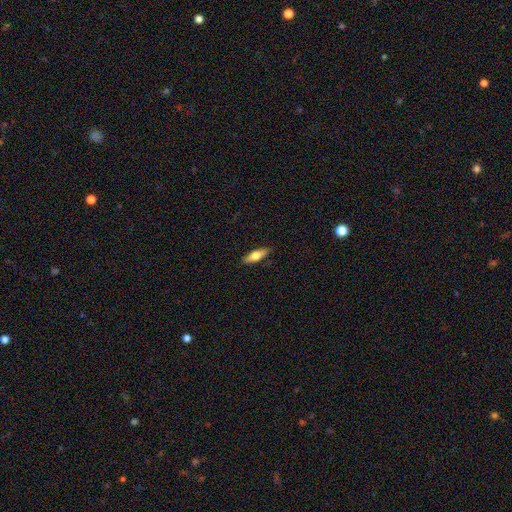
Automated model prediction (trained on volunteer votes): Smooth or featured?
  - smooth: 64% *
  - featured or disk: 30%
  - star or artifact: 6%
How rounded?
  - cigar-shaped: 50% *
  - in between: 47%
  - round: 2%
Merging?
  - none: 87% *
  - minor disturbance: 10%
  - major disturbance: 2%
  - merger: 1%